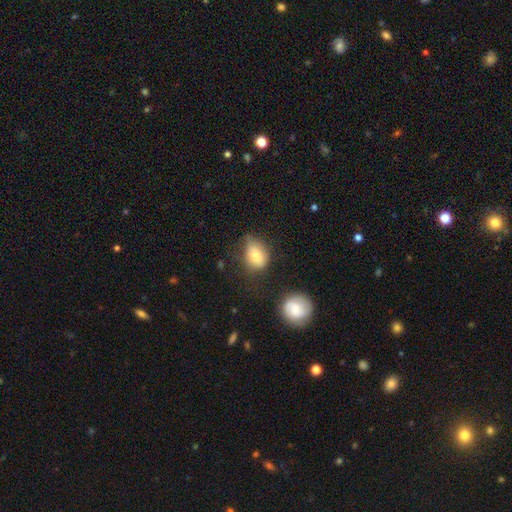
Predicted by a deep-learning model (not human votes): smooth 77%, featured or disk 15%, star or artifact 9%. Down the decision tree: how rounded — in between (72%); merging — none (43%).